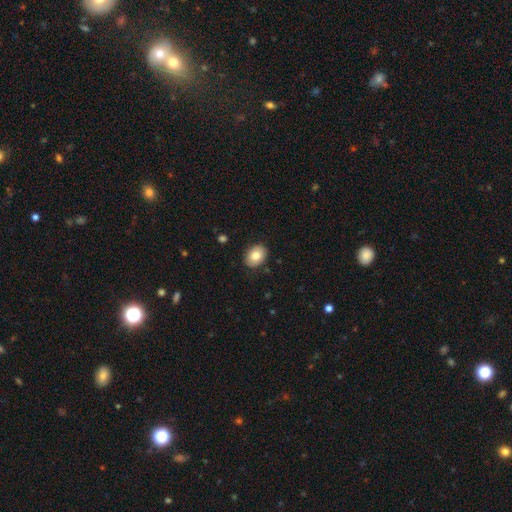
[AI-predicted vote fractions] Q: Smooth or featured?
A: smooth (82%); runner-up: featured or disk (11%)
Q: How rounded?
A: in between (68%); runner-up: round (31%)
Q: Merging?
A: none (87%); runner-up: minor disturbance (9%)